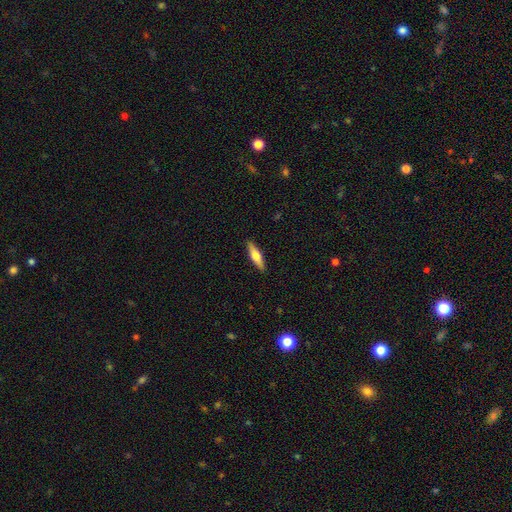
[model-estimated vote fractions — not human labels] Smooth or featured? Predicted: smooth (p=0.51). How rounded? Predicted: cigar-shaped (p=0.70). Merging? Predicted: none (p=0.90).